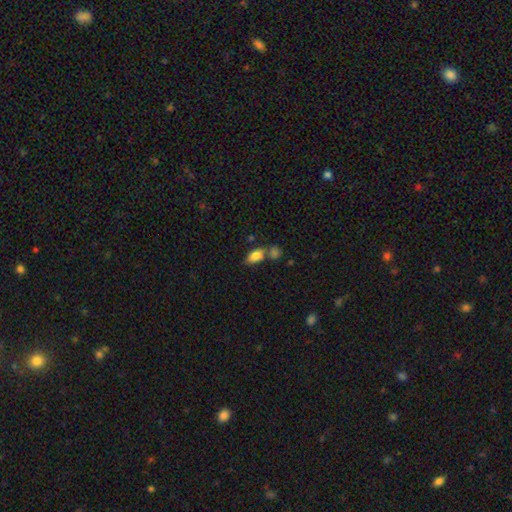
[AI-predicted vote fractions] Smooth or featured? Predicted: smooth (p=0.82). How rounded? Predicted: in between (p=0.89). Merging? Predicted: none (p=0.51).